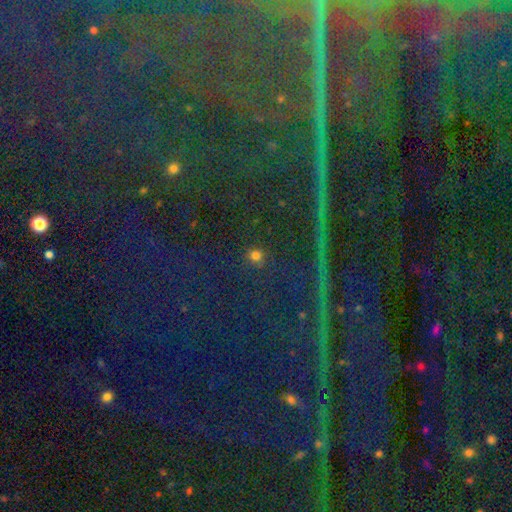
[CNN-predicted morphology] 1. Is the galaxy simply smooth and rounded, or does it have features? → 60% smooth, 31% star or artifact, 9% featured or disk.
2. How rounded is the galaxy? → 87% round, 11% in between, 2% cigar-shaped.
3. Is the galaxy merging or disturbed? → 79% none, 11% minor disturbance, 6% major disturbance, 4% merger.